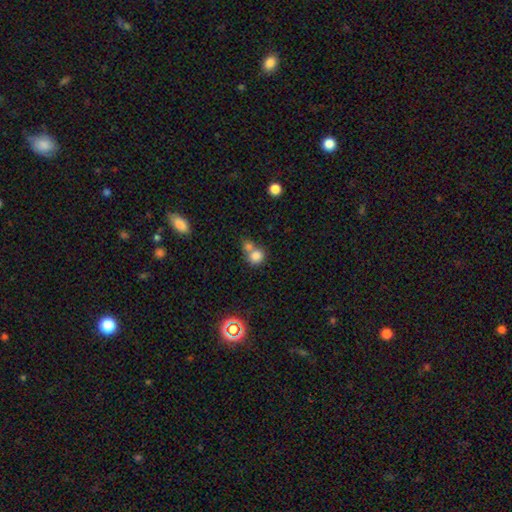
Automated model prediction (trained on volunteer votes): Overall: smooth (79%). How rounded: round (83%). Merging: merger (49%; none 41%).